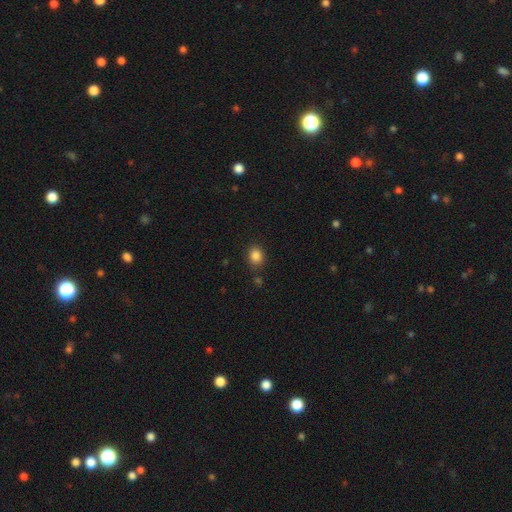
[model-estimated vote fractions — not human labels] The model was most divided on "how rounded": round: 58%, in between: 41%, cigar-shaped: 1%. More confident: smooth or featured — smooth (85%); merging — none (82%).